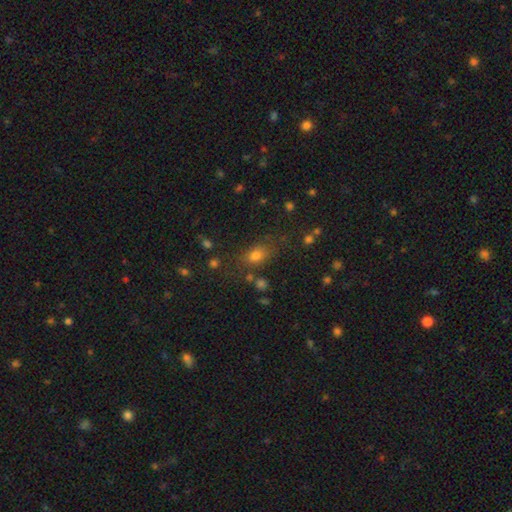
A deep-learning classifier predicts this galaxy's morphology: smooth-or-featured: smooth: 76% | star or artifact: 16% | featured or disk: 9%
  how-rounded: in between: 68% | round: 30% | cigar-shaped: 3%
  merging: none: 71% | minor disturbance: 16% | major disturbance: 7% | merger: 6%